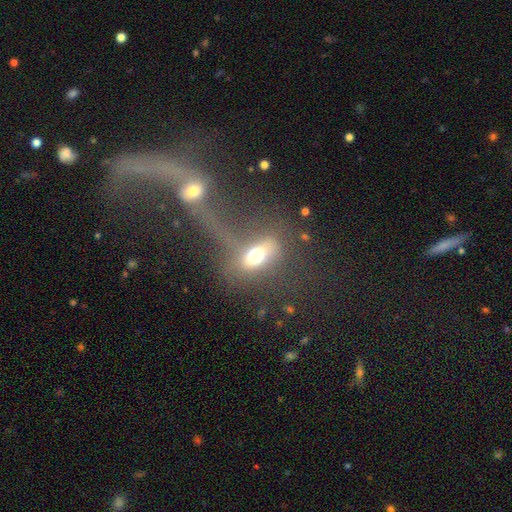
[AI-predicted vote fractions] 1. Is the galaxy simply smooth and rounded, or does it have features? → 60% smooth, 27% featured or disk, 14% star or artifact.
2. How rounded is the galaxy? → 71% in between, 22% round, 7% cigar-shaped.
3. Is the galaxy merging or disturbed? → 40% major disturbance, 31% none, 15% merger, 14% minor disturbance.